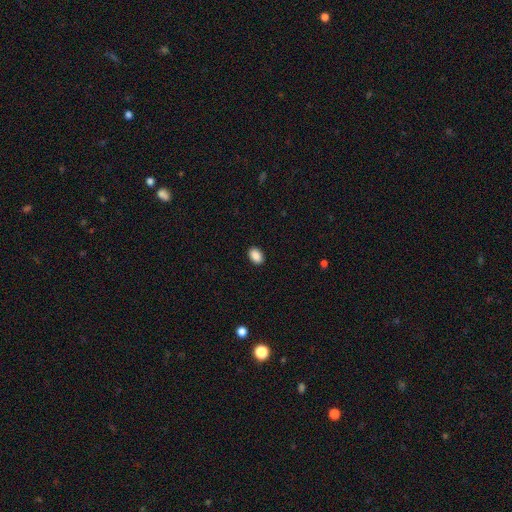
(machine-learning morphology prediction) Overall: smooth (90%). How rounded: in between (84%). Merging: none (90%).